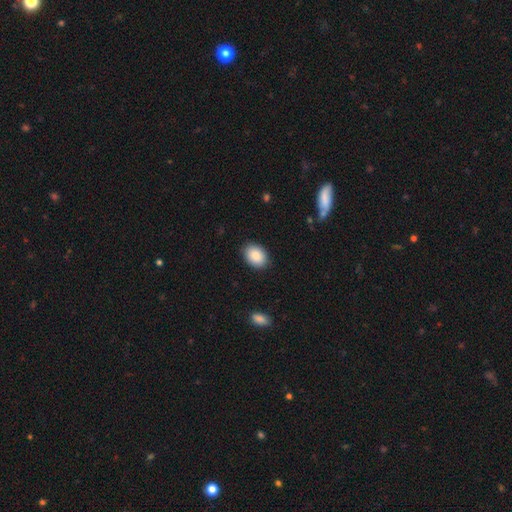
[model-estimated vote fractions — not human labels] Smooth or featured? Predicted: smooth (p=0.88). How rounded? Predicted: in between (p=0.77). Merging? Predicted: none (p=0.88).